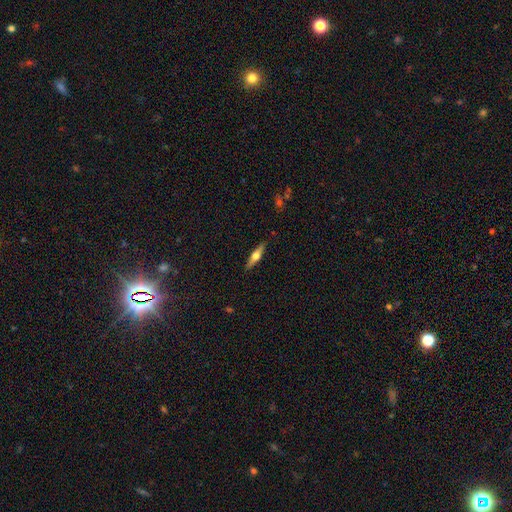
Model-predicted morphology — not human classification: The model was most divided on "smooth or featured": featured or disk: 63%, smooth: 31%, star or artifact: 6%. More confident: edge-on disk — yes (96%); edge-on bulge — rounded (94%); merging — none (89%).